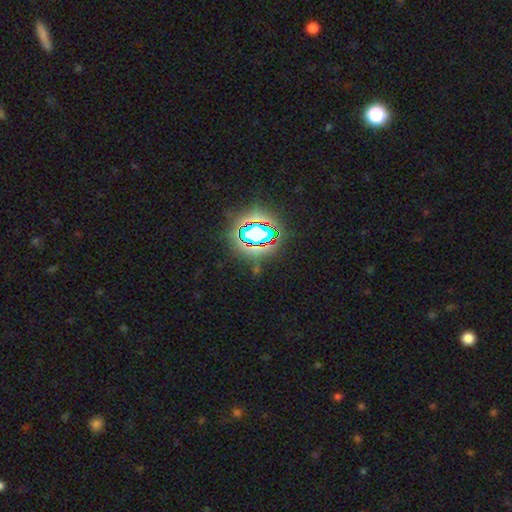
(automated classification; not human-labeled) A star or artifact, not a galaxy (81%).

Vote fractions:
- Smooth or featured? star or artifact: 81% / smooth: 12% / featured or disk: 7%